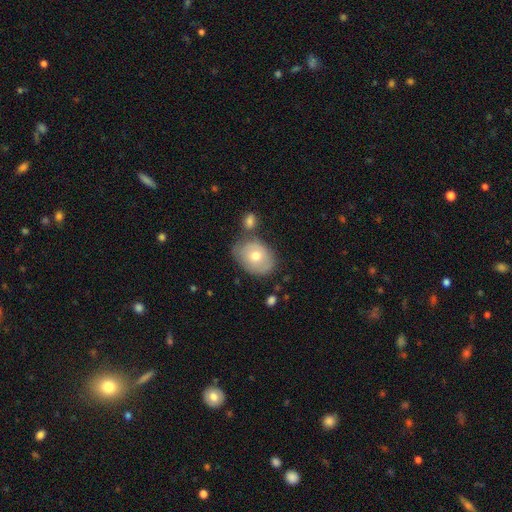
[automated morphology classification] The model was most divided on "how rounded": in between: 63%, round: 36%, cigar-shaped: 1%. More confident: smooth or featured — smooth (64%); merging — none (59%).